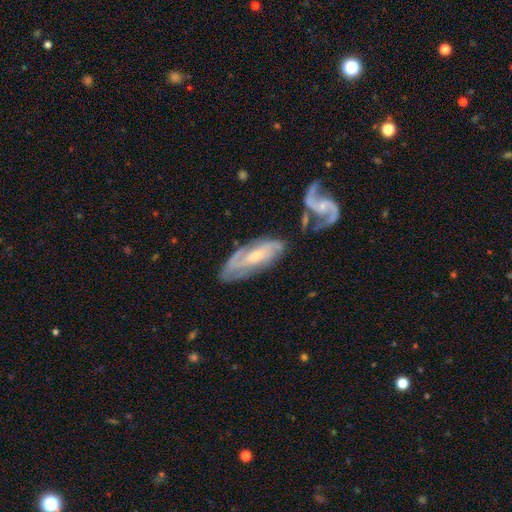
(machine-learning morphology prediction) type=featured or disk (75%); edge-on=no (86%); bar=no (58%); spiral arms=yes (88%); winding=tight (42%); arm count=2 (48%); bulge=small (52%); merging=none (51%).